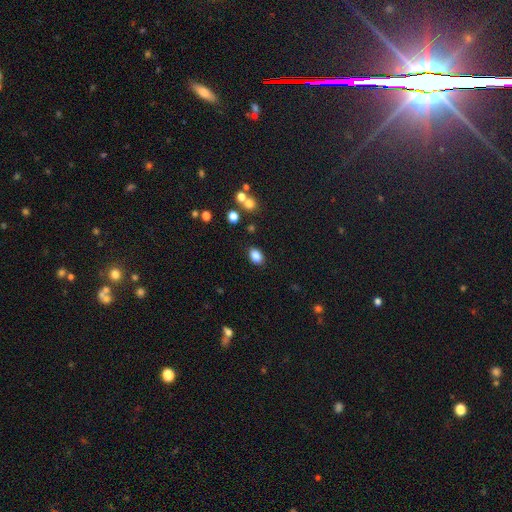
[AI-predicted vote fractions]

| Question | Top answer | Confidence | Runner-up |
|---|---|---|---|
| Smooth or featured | smooth | 84% | star or artifact (10%) |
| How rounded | in between | 77% | round (22%) |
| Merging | none | 86% | minor disturbance (9%) |